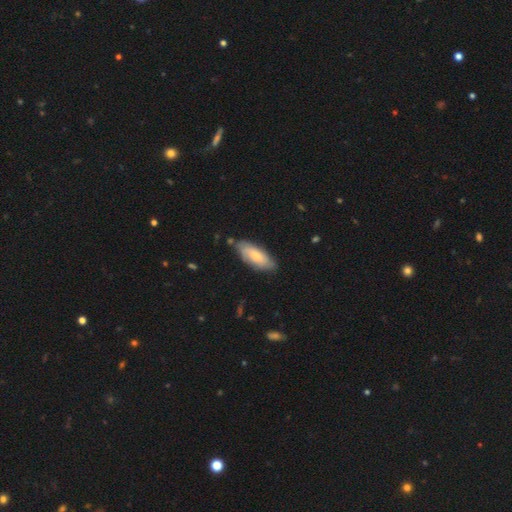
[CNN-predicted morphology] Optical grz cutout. It shows a smooth galaxy with no disk features (64%) that is in between round and cigar-shaped (78%). Merging: none (77%).